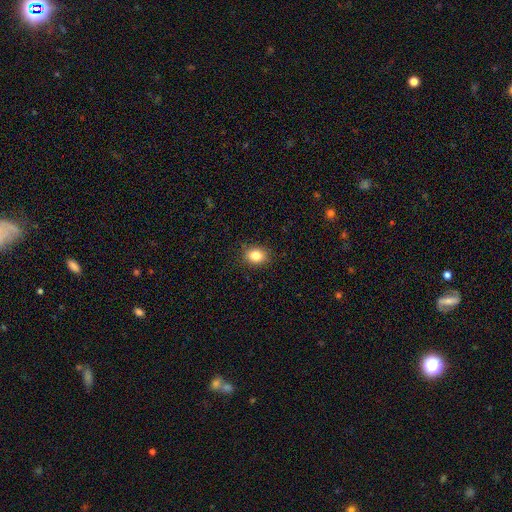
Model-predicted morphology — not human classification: Overall: smooth (83%). How rounded: in between (50%; round 49%). Merging: none (88%).